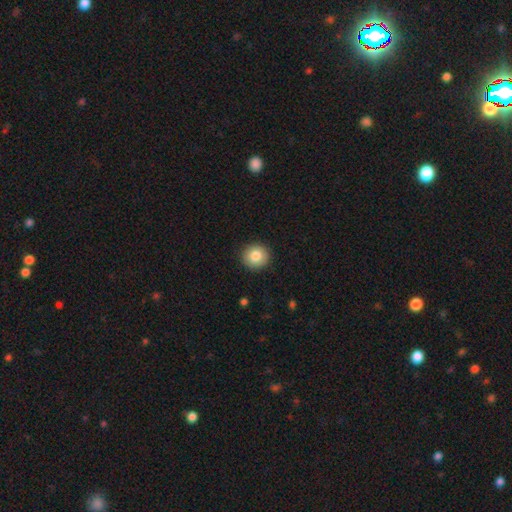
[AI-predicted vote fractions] smooth_or_featured: smooth (p=0.83) [alt: star or artifact p=0.08]
how_rounded: round (p=0.93) [alt: in between p=0.06]
merging: none (p=0.92) [alt: minor disturbance p=0.06]